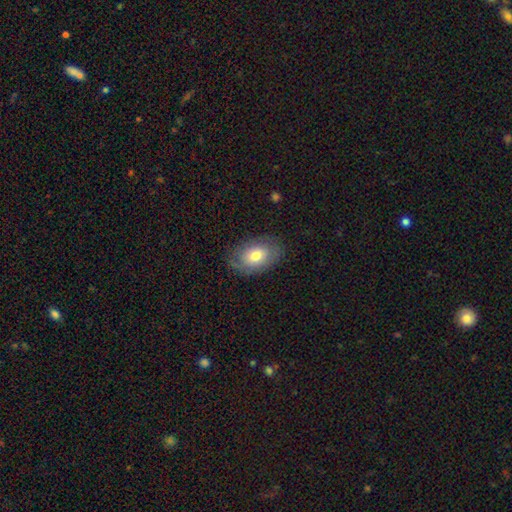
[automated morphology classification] Smooth or featured? smooth (69%)
How rounded? in between (88%)
Merging? none (78%)